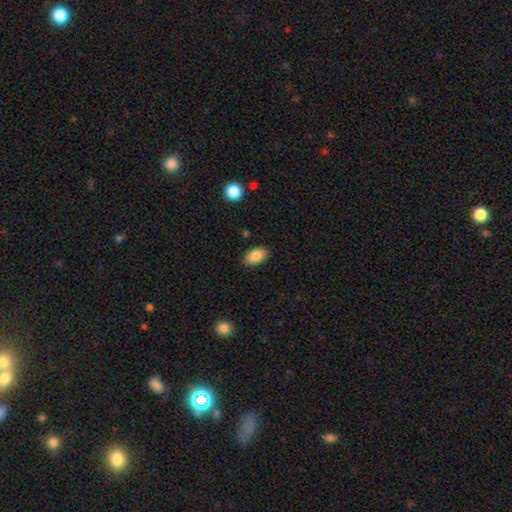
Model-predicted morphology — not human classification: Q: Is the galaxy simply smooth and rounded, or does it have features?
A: smooth — 87%.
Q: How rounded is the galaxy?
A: in between — 92%.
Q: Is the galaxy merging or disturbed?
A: none — 85%.